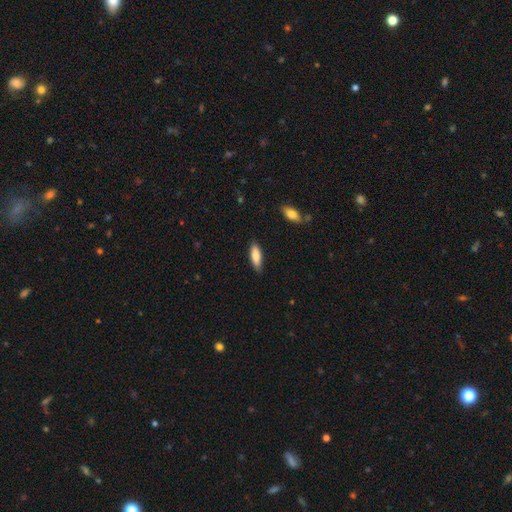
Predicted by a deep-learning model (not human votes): Q: Smooth or featured?
A: smooth (83%); runner-up: featured or disk (11%)
Q: How rounded?
A: in between (56%); runner-up: cigar-shaped (43%)
Q: Merging?
A: none (84%); runner-up: minor disturbance (12%)